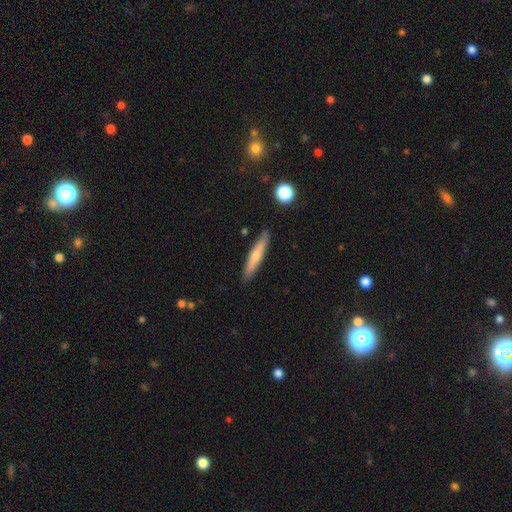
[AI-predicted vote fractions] Smooth or featured?
  - smooth: 59% *
  - featured or disk: 35%
  - star or artifact: 6%
How rounded?
  - cigar-shaped: 92% *
  - in between: 6%
  - round: 1%
Merging?
  - none: 88% *
  - minor disturbance: 9%
  - merger: 2%
  - major disturbance: 2%